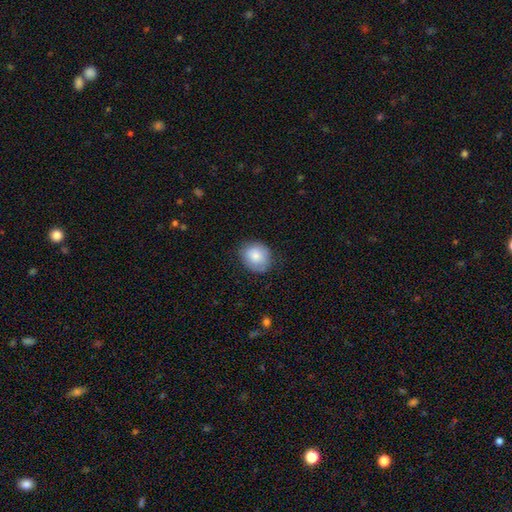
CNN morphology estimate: This is clearly a smooth galaxy (80%). How rounded: likely round (60%). Merging: likely none (75%).